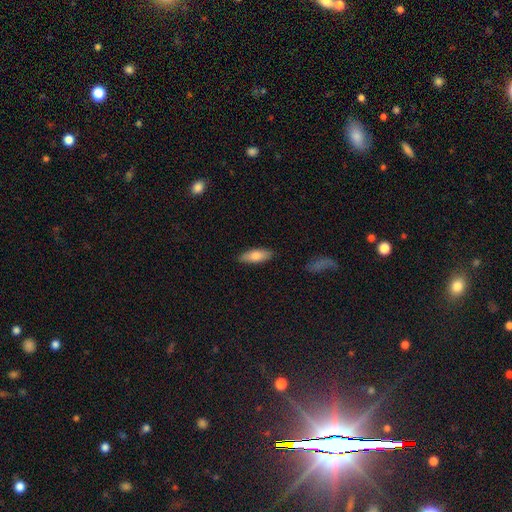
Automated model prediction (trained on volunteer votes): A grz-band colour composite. It shows a smooth galaxy with no disk features (76%) that is in between round and cigar-shaped (68%). Merging: none (87%).